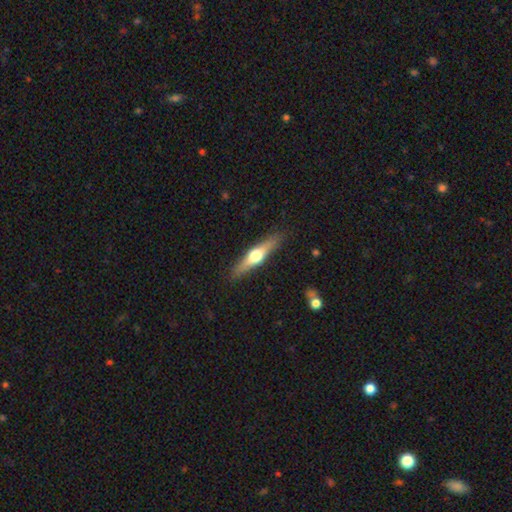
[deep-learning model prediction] Smooth or featured: featured or disk — 65% (smooth — 30%)
Edge-on disk: yes — 96% (no — 4%)
Edge-on bulge: rounded — 95% (boxy — 3%)
Merging: none — 89% (minor disturbance — 8%)